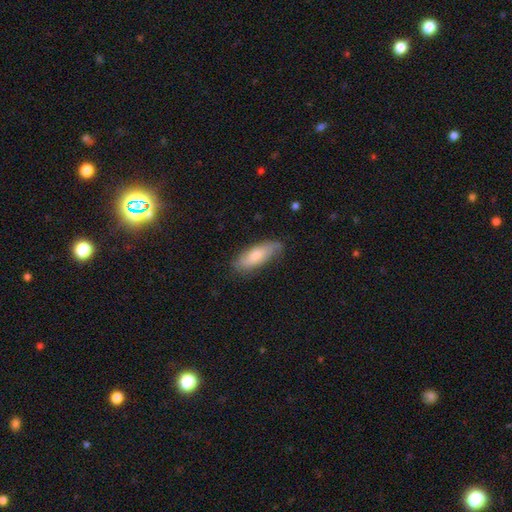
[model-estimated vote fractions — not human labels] Smooth or featured: smooth — 67% (featured or disk — 27%)
How rounded: in between — 69% (cigar-shaped — 29%)
Merging: none — 69% (minor disturbance — 24%)